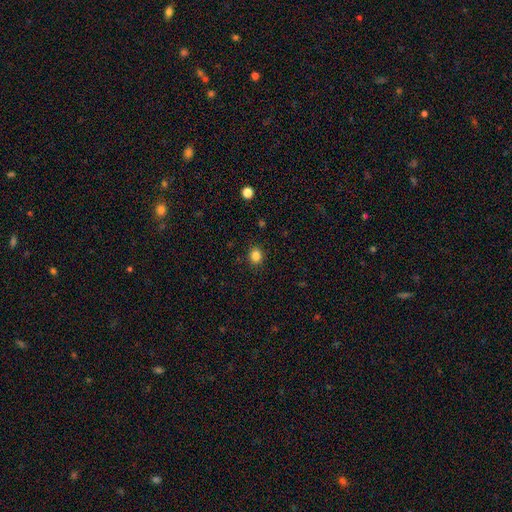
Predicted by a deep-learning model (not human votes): This is clearly a smooth galaxy (85%). How rounded: likely round (72%). Merging: clearly none (88%).